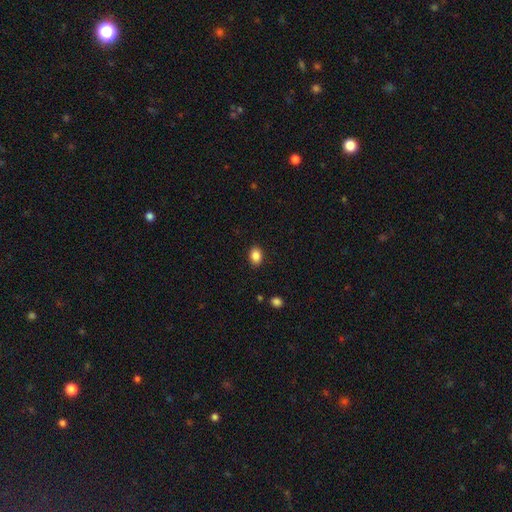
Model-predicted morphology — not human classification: smooth_or_featured: smooth (p=0.87) [alt: star or artifact p=0.09]
how_rounded: in between (p=0.71) [alt: round p=0.28]
merging: none (p=0.90) [alt: minor disturbance p=0.07]